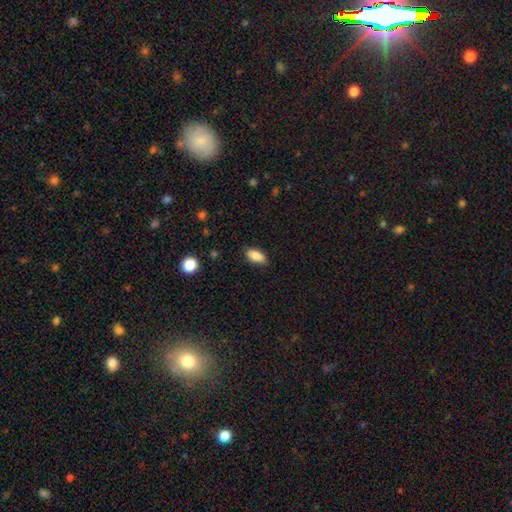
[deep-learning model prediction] Smooth or featured?
  - smooth: 87% *
  - star or artifact: 8%
  - featured or disk: 5%
How rounded?
  - in between: 89% *
  - cigar-shaped: 7%
  - round: 3%
Merging?
  - none: 81% *
  - minor disturbance: 15%
  - major disturbance: 3%
  - merger: 1%